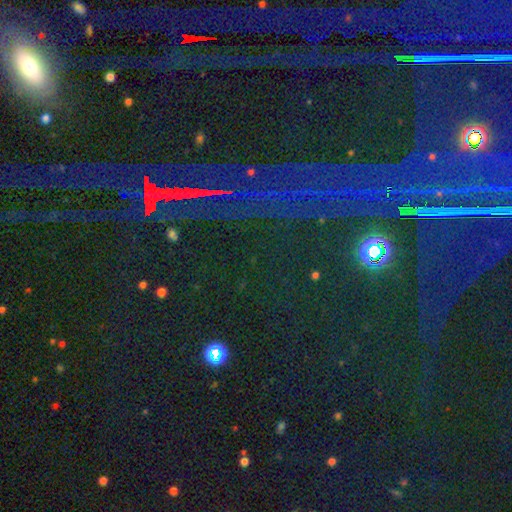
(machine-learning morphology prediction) star or artifact 85%, smooth 8%, featured or disk 7%.